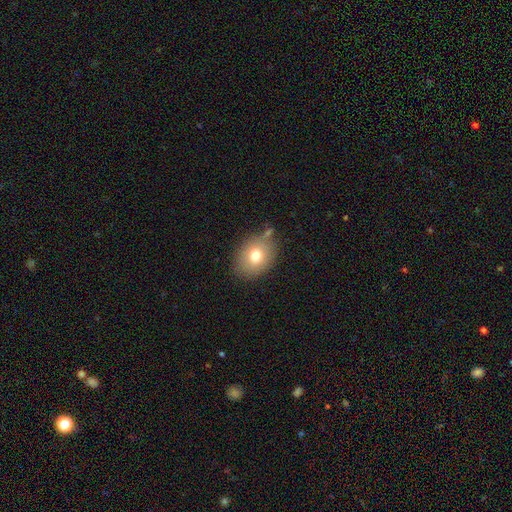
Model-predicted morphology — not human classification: smooth-or-featured: smooth: 74% | featured or disk: 15% | star or artifact: 10%
  how-rounded: in between: 60% | round: 39% | cigar-shaped: 1%
  merging: none: 72% | minor disturbance: 16% | merger: 7% | major disturbance: 5%